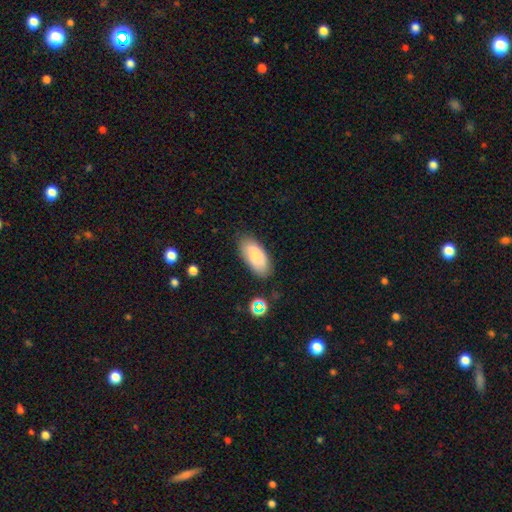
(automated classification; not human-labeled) Smooth or featured: smooth — 80% (featured or disk — 13%)
How rounded: in between — 92% (cigar-shaped — 6%)
Merging: none — 80% (minor disturbance — 15%)